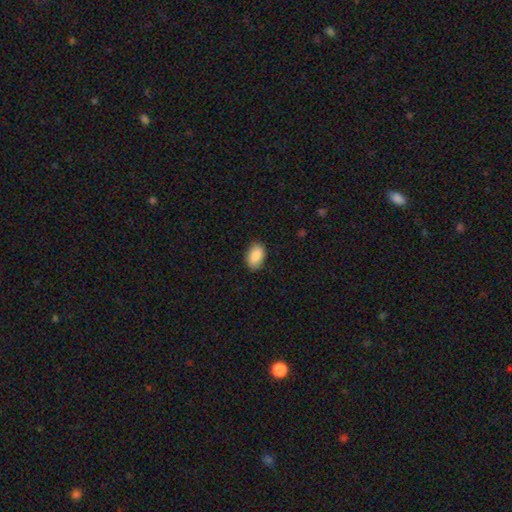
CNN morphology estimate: Smooth or featured: smooth — 89% (star or artifact — 6%)
How rounded: in between — 90% (round — 9%)
Merging: none — 87% (minor disturbance — 10%)